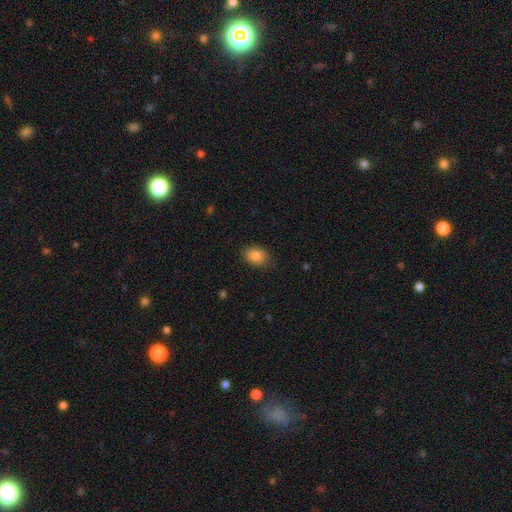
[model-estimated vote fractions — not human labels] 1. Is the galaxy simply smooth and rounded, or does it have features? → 87% smooth, 8% star or artifact, 5% featured or disk.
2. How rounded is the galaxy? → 77% in between, 22% round, 1% cigar-shaped.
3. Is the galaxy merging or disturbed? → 80% none, 16% minor disturbance, 4% major disturbance, 1% merger.